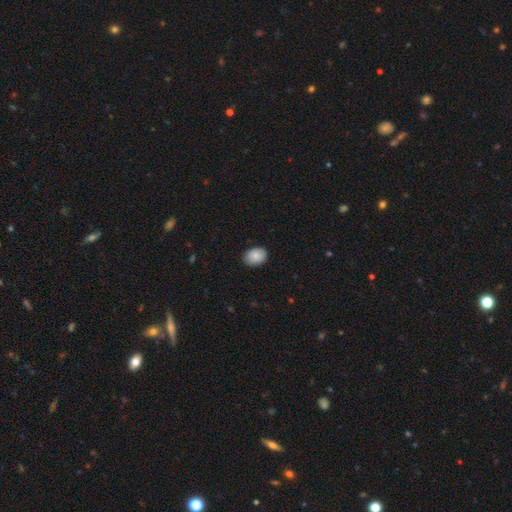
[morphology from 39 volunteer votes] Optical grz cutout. It shows a smooth galaxy with no disk features (85%) that is in between round and cigar-shaped (70%). Merging: none (92%).